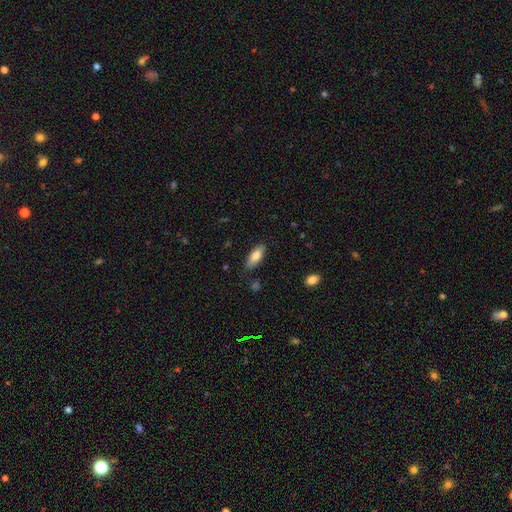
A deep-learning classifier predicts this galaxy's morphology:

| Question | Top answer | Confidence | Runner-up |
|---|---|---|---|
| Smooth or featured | smooth | 82% | featured or disk (11%) |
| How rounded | in between | 79% | cigar-shaped (19%) |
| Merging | none | 82% | minor disturbance (13%) |